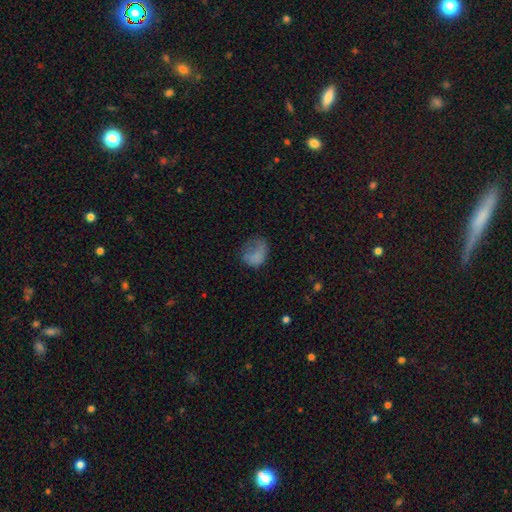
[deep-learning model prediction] Smooth or featured? smooth (71%)
How rounded? in between (57%)
Merging? major disturbance (37%)